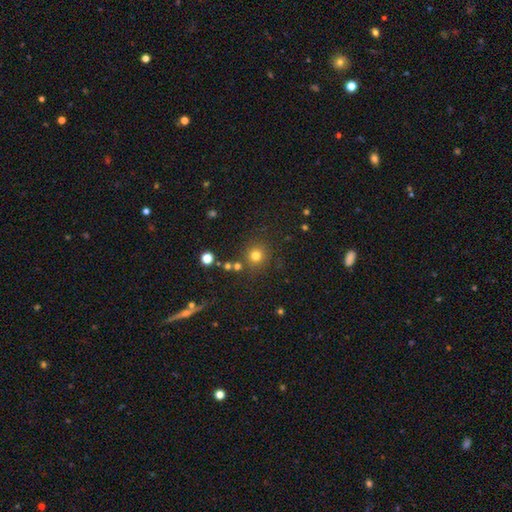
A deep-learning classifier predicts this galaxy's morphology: smooth-or-featured: smooth: 76% | star or artifact: 17% | featured or disk: 7%
  how-rounded: round: 91% | in between: 8% | cigar-shaped: 1%
  merging: none: 81% | minor disturbance: 9% | merger: 7% | major disturbance: 3%